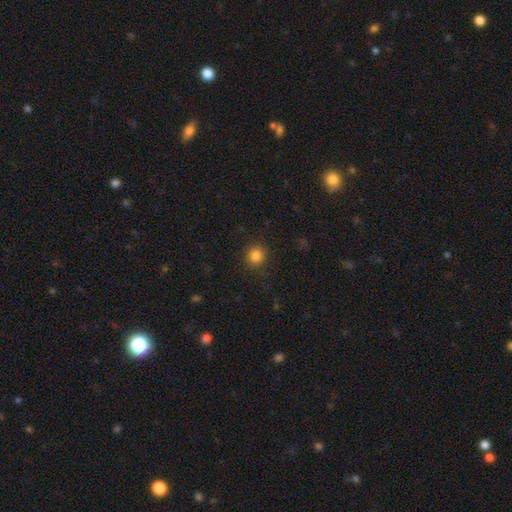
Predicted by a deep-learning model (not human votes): Smooth or featured? Predicted: smooth (p=0.84). How rounded? Predicted: round (p=0.92). Merging? Predicted: none (p=0.89).